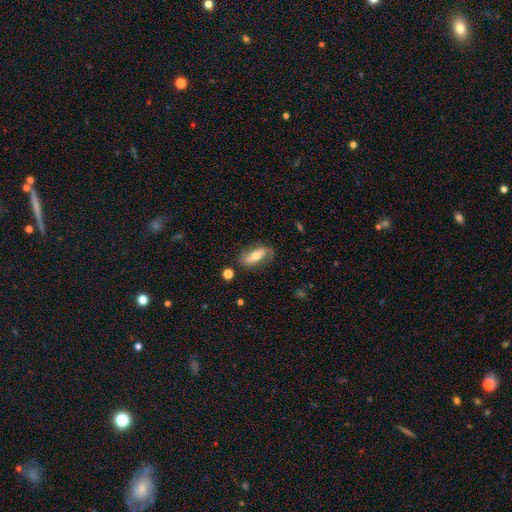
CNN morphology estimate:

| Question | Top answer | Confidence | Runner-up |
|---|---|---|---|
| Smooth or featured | featured or disk | 55% | smooth (38%) |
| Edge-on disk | no | 76% | yes (24%) |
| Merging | none | 73% | minor disturbance (18%) |